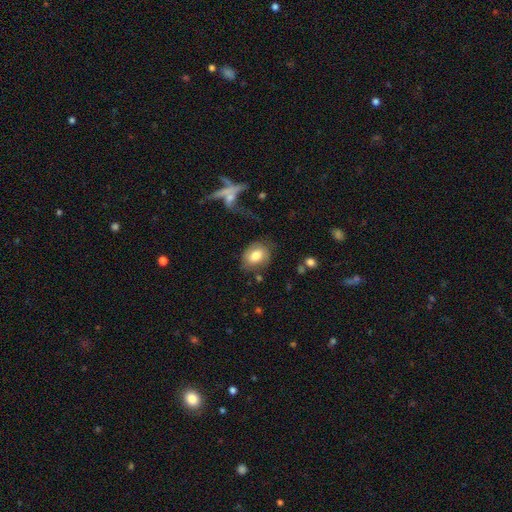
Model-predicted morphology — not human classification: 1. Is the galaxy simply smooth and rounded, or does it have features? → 75% smooth, 17% featured or disk, 8% star or artifact.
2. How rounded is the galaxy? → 64% in between, 34% round, 1% cigar-shaped.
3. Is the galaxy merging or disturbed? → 67% none, 21% minor disturbance, 9% major disturbance, 4% merger.